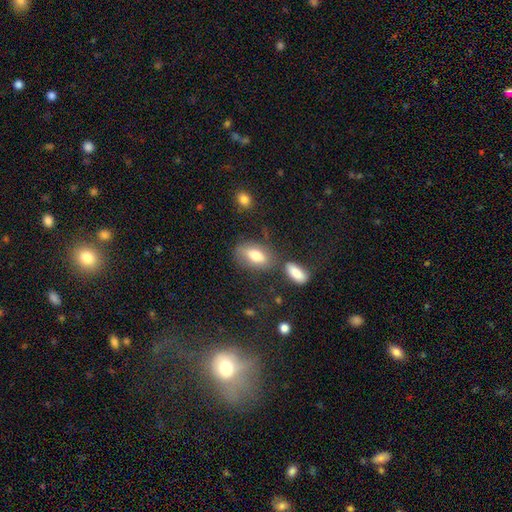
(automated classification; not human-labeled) smooth 74%, featured or disk 19%, star or artifact 8%. Down the decision tree: how rounded — in between (88%); merging — none (63%).